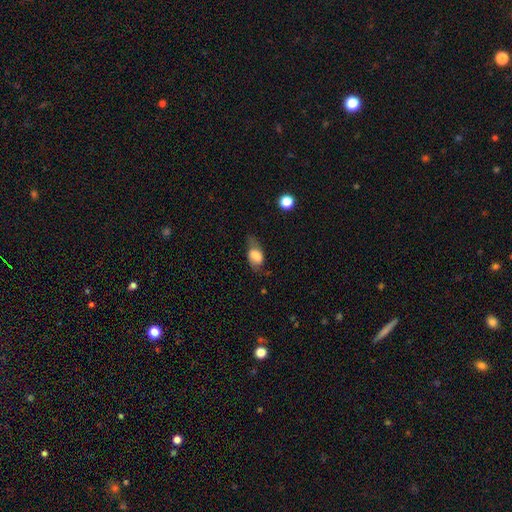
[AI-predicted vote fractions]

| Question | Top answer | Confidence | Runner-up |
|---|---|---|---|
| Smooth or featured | smooth | 63% | featured or disk (29%) |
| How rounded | in between | 85% | round (11%) |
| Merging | none | 49% | minor disturbance (29%) |